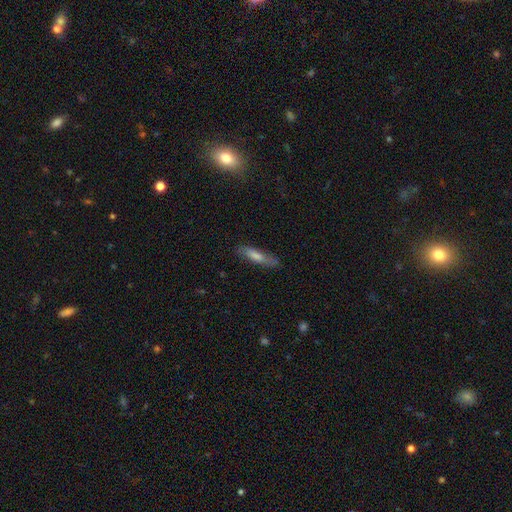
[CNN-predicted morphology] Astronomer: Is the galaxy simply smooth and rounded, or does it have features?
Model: smooth — 60%.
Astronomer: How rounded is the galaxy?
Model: cigar-shaped — 81%.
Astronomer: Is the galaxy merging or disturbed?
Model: none — 79%.